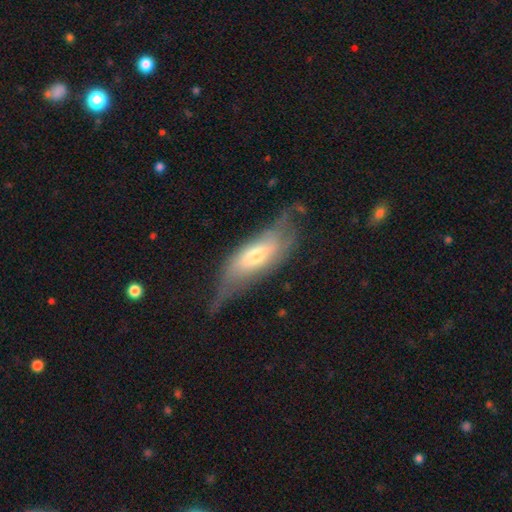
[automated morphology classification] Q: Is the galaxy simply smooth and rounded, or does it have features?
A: featured or disk — 54%.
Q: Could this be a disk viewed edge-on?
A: no — 64%.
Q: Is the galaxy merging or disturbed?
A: none — 45%.